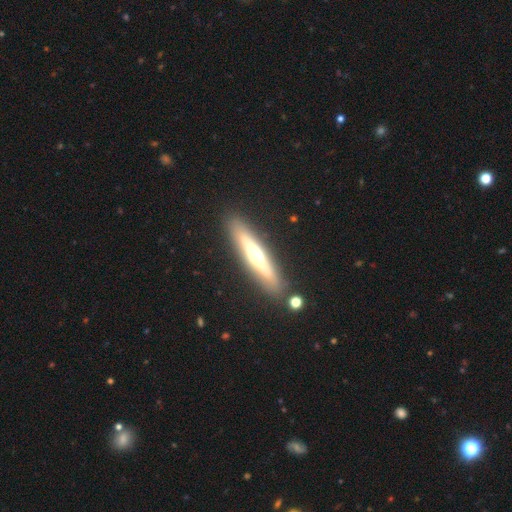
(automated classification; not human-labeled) This appears to be a featured or disk galaxy (55%) viewed edge-on (87%). Merging: none (86%).